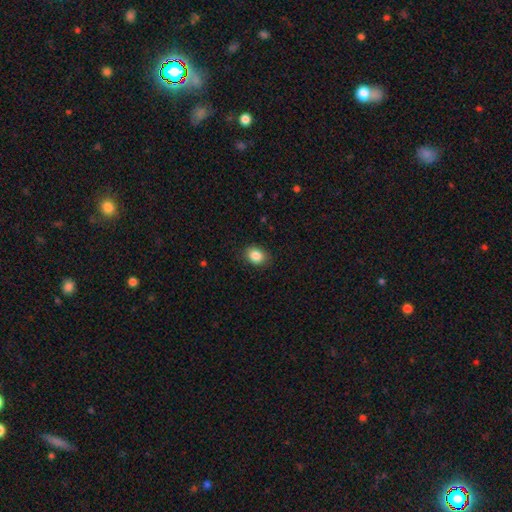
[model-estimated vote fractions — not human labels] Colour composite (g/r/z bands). It shows a smooth galaxy with no disk features (87%) that is in between round and cigar-shaped (57%). Merging: none (87%).